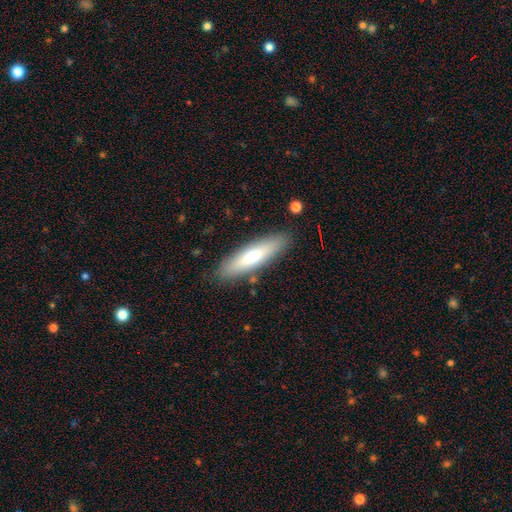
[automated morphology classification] Overall: smooth (69%). How rounded: cigar-shaped (69%). Merging: none (86%).